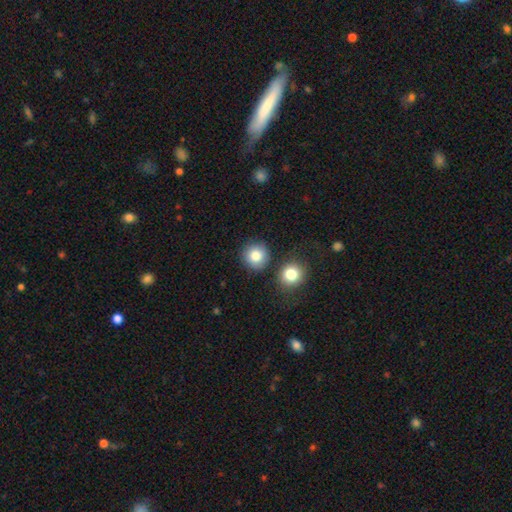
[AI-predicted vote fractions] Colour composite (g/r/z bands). It shows a smooth galaxy with no disk features (83%) that is round (92%). Merging: none (80%).